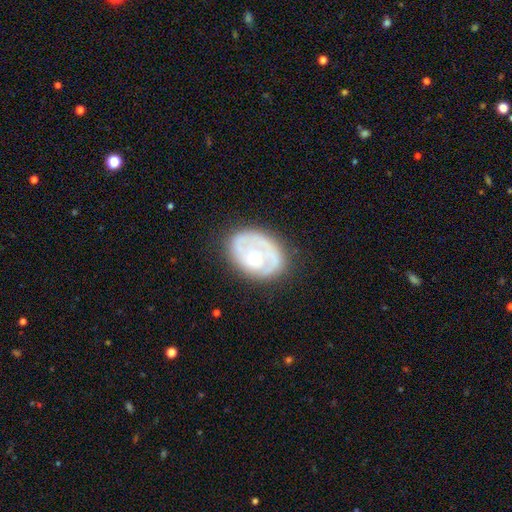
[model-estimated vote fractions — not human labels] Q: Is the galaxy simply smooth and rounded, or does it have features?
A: featured or disk — 65%.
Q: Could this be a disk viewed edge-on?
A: no — 97%.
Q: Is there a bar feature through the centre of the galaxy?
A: no — 81%.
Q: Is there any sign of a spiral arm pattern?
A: yes — 60%.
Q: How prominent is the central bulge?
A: moderate — 48%.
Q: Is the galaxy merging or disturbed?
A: none — 66%.